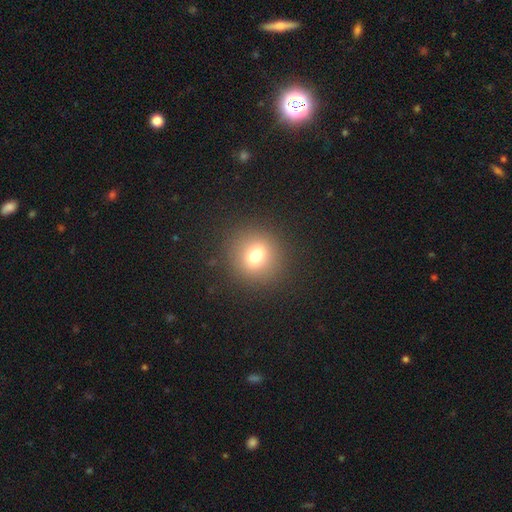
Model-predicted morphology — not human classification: The model was most divided on "smooth or featured": smooth: 73%, star or artifact: 16%, featured or disk: 11%. More confident: merging — none (89%); how rounded — round (88%).